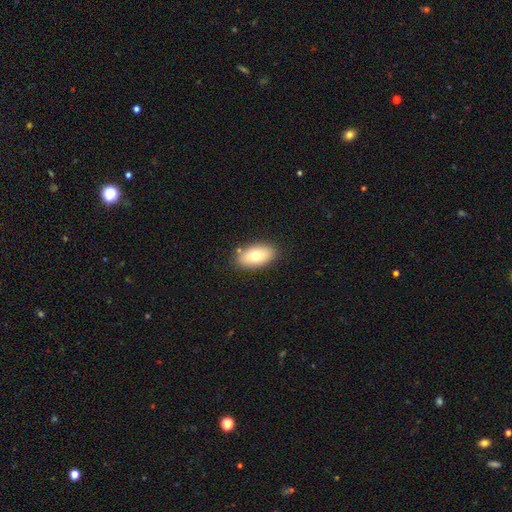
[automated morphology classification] The model was most divided on "smooth or featured": smooth: 76%, featured or disk: 17%, star or artifact: 7%. More confident: how rounded — in between (92%); merging — none (85%).